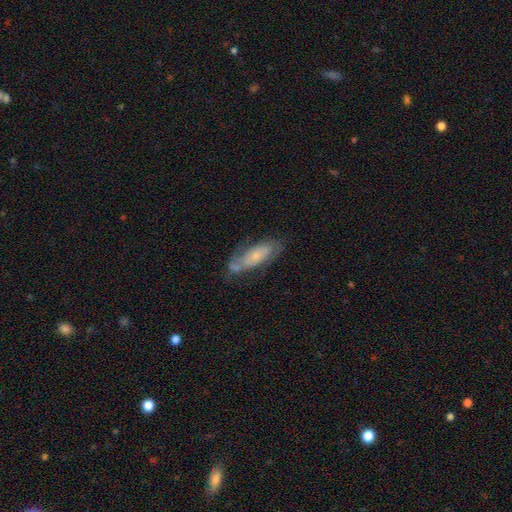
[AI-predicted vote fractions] Morphology: type=featured or disk (47%); merging=none (55%).